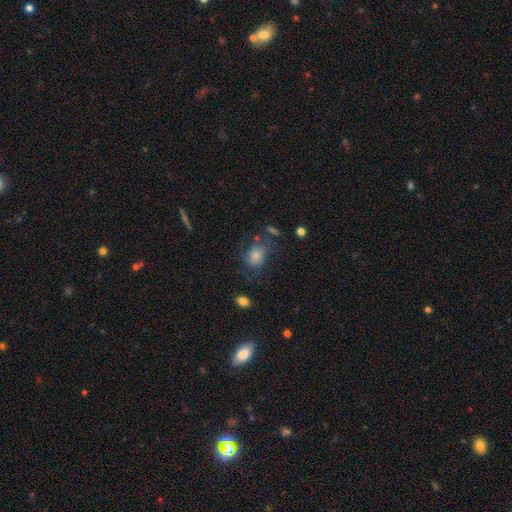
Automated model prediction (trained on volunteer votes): smooth 58%, featured or disk 25%, star or artifact 16%. Down the decision tree: how rounded — in between (49%, tied with round); merging — none (56%).